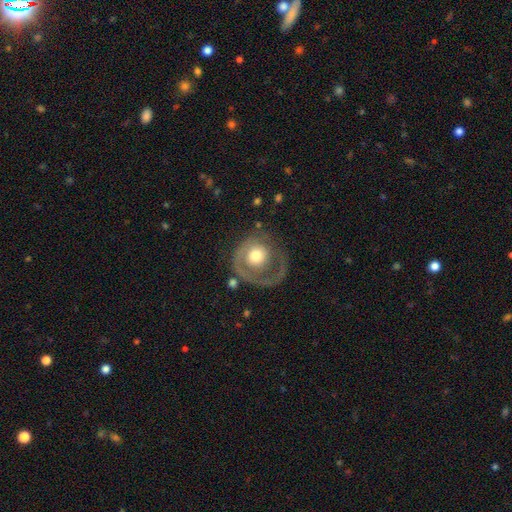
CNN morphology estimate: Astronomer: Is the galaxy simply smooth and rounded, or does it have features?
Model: featured or disk — 63%.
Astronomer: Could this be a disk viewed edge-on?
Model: no — 97%.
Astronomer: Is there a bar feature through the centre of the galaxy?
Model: no — 84%.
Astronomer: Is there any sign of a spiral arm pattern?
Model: yes — 64%.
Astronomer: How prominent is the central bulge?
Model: moderate — 63%.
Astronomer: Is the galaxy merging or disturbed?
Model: none — 44% (runner-up: major disturbance, 33%).